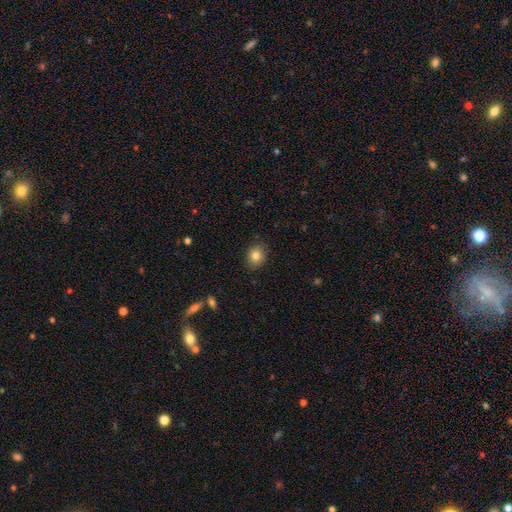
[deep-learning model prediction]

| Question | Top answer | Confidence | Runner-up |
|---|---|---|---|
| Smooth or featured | smooth | 83% | star or artifact (9%) |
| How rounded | round | 54% | in between (45%) |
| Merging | none | 87% | minor disturbance (10%) |